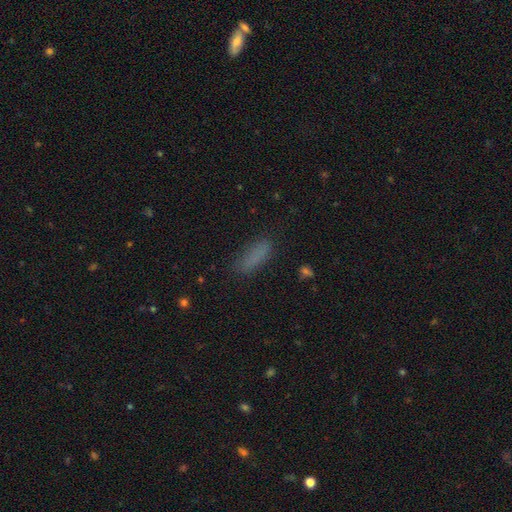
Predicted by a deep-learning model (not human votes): smooth 82%, star or artifact 11%, featured or disk 7%. Down the decision tree: how rounded — cigar-shaped (50%); merging — none (80%).